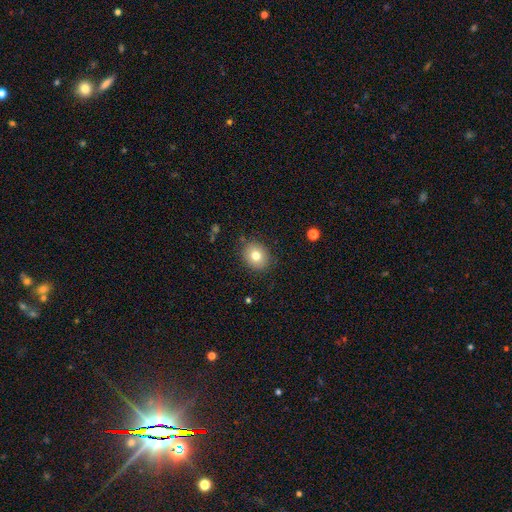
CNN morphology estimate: Smooth or featured: smooth — 77% (featured or disk — 12%)
How rounded: round — 66% (in between — 33%)
Merging: none — 86% (minor disturbance — 10%)